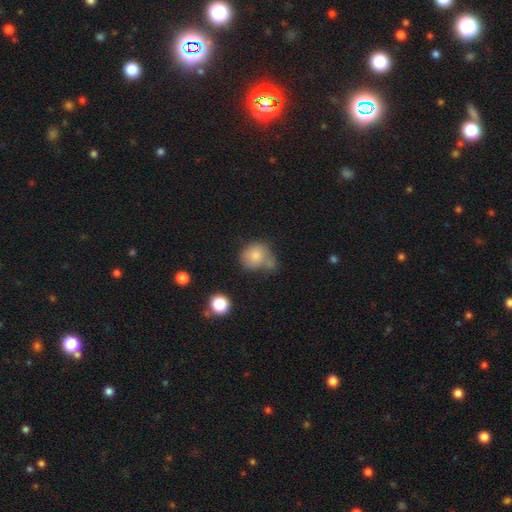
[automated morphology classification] smooth 79%, featured or disk 12%, star or artifact 9%. Down the decision tree: how rounded — round (72%); merging — none (40%).